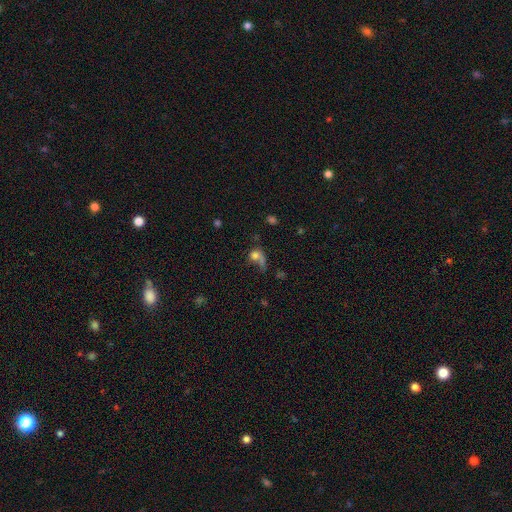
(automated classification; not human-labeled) The model was most divided on "merging": major disturbance: 39%, none: 28%, merger: 17%, minor disturbance: 16%. More confident: smooth or featured — smooth (63%); how rounded — round (61%).